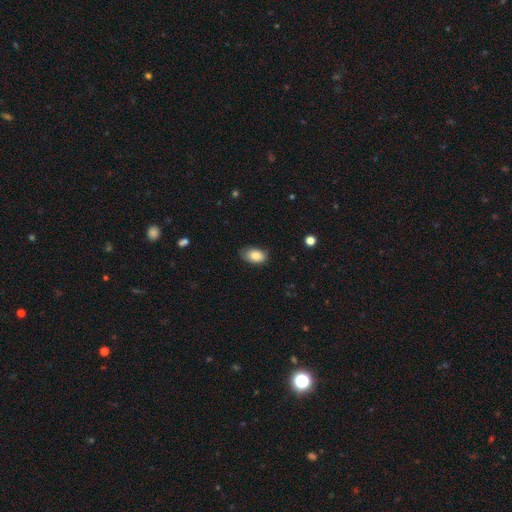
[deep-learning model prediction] The model was most divided on "merging": none: 75%, minor disturbance: 20%, major disturbance: 4%, merger: 1%. More confident: how rounded — in between (91%); smooth or featured — smooth (85%).